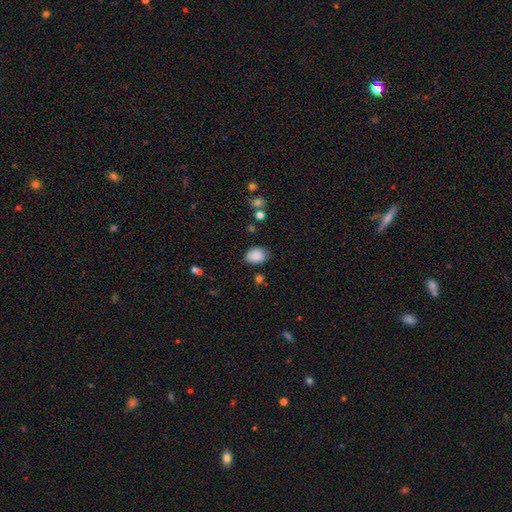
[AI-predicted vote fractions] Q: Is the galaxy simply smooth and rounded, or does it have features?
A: smooth — 88%.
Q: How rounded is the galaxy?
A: in between — 77%.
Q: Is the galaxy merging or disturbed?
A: none — 79%.